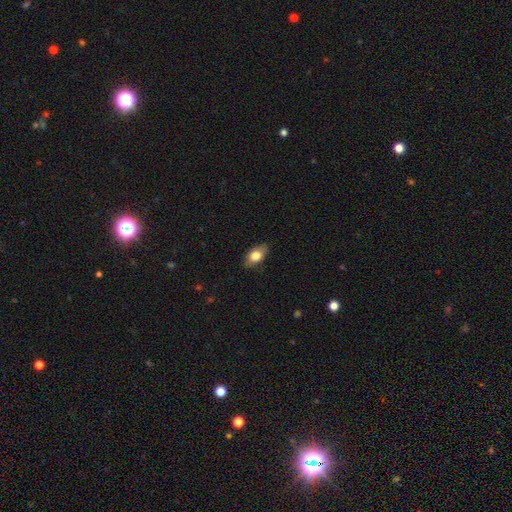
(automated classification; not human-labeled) Smooth or featured? Predicted: smooth (p=0.77). How rounded? Predicted: in between (p=0.89). Merging? Predicted: none (p=0.85).